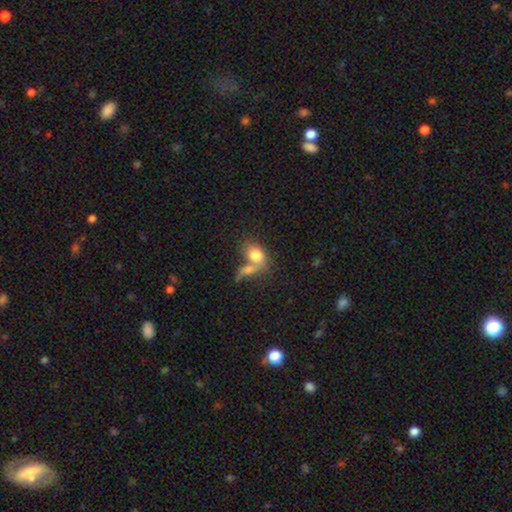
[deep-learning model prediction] This is likely a smooth galaxy (77%). How rounded: likely in between (70%). Merging: likely merger (60%).